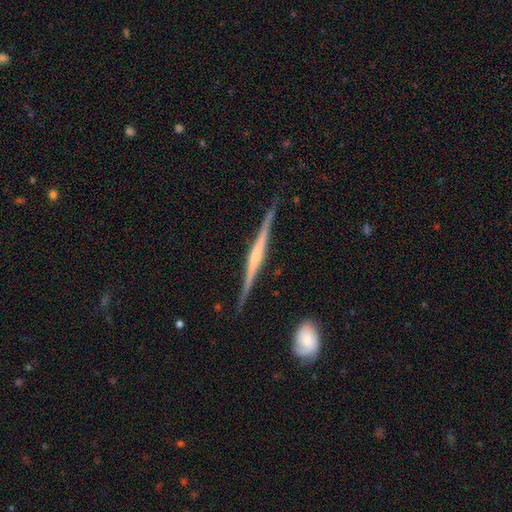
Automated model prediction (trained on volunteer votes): This is clearly a featured or disk galaxy (82%). It is clearly viewed edge-on (98%). Edge-on bulge: likely rounded (61%). Merging: clearly none (88%).